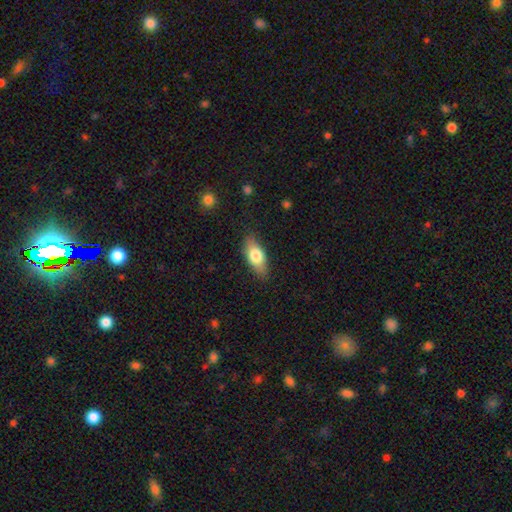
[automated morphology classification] Smooth or featured? Predicted: smooth (p=0.73). How rounded? Predicted: in between (p=0.82). Merging? Predicted: none (p=0.82).